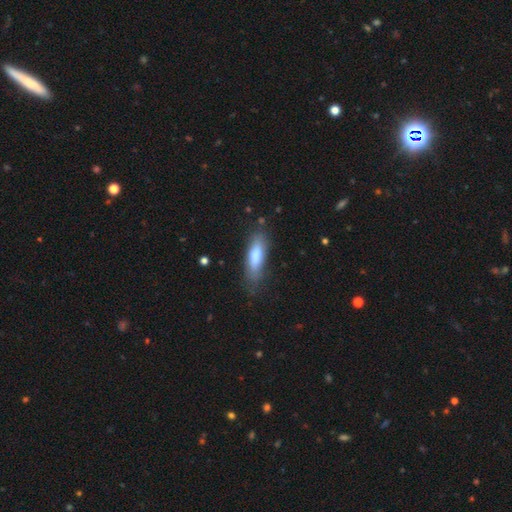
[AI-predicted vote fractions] Overall: smooth (80%). How rounded: in between (53%; cigar-shaped 46%). Merging: none (74%).